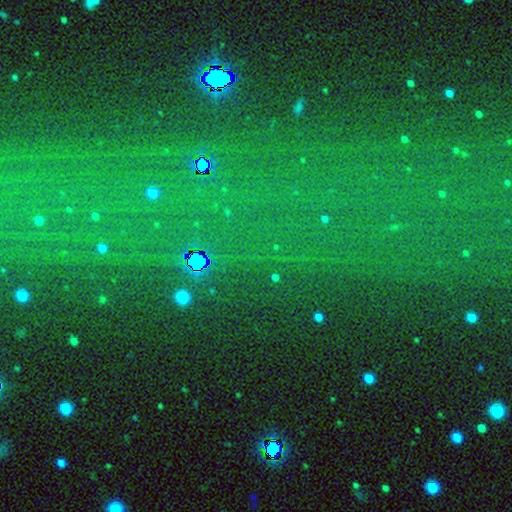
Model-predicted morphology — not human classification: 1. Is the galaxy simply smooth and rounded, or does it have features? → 81% star or artifact, 11% smooth, 9% featured or disk.